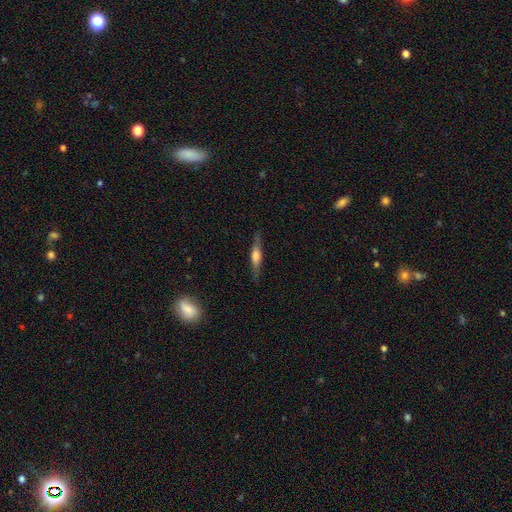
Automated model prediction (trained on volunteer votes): Overall: featured or disk (57%; smooth 36%). Edge-on disk: yes (95%). Edge-on bulge: rounded (78%). Merging: none (86%).